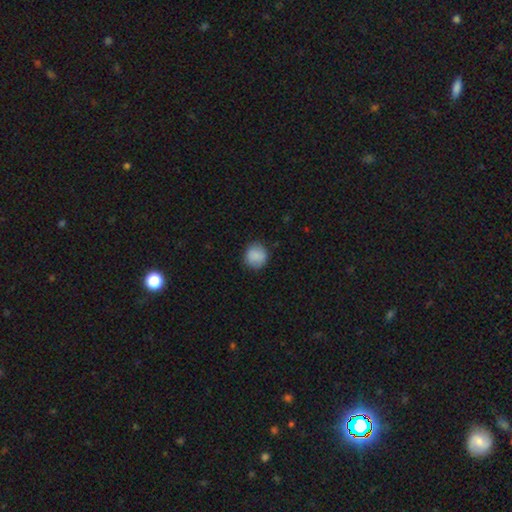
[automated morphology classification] A smooth galaxy with no disk features (87%) that is round (87%). Merging: none (84%).